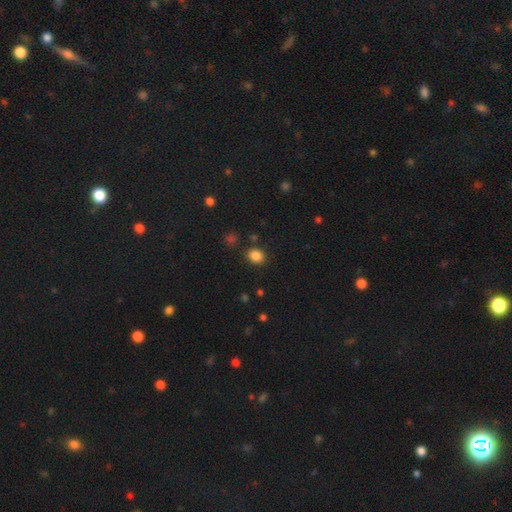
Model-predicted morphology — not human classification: smooth_or_featured: smooth (p=0.85) [alt: star or artifact p=0.11]
how_rounded: round (p=0.57) [alt: in between p=0.42]
merging: none (p=0.85) [alt: minor disturbance p=0.09]